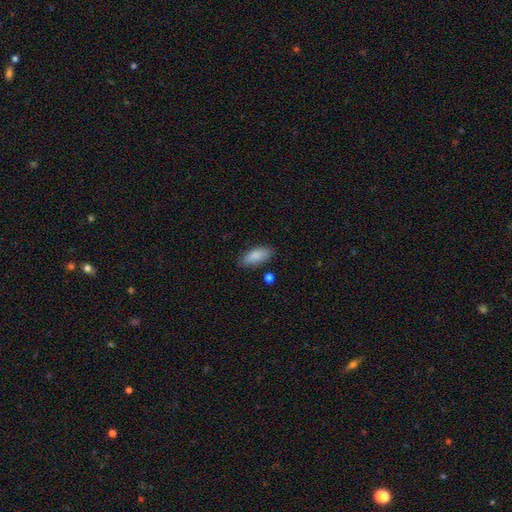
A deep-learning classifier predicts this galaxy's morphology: This is clearly a smooth galaxy (88%). How rounded: clearly in between (86%). Merging: clearly none (82%).